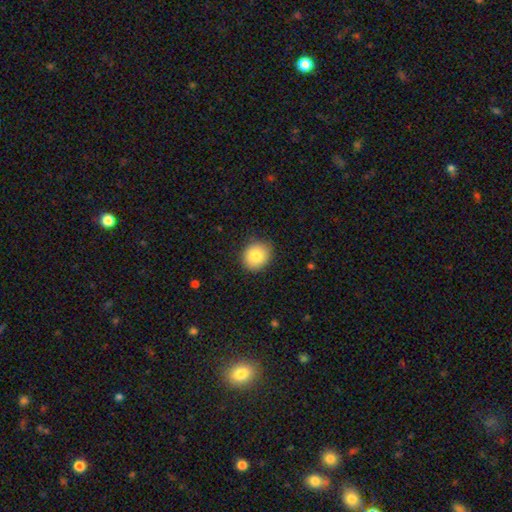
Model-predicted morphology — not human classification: Overall: smooth (84%). How rounded: round (74%). Merging: none (86%).